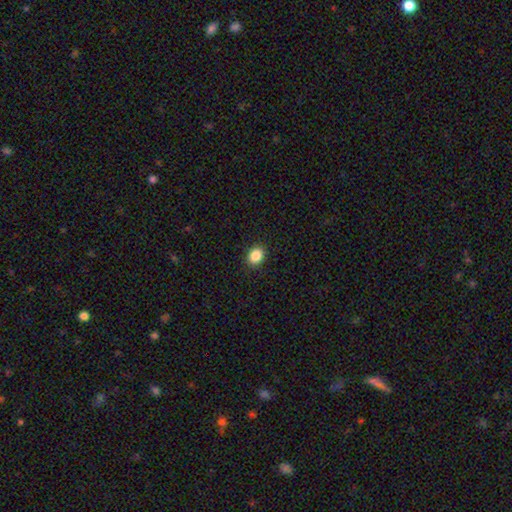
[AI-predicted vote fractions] Q: Smooth or featured?
A: smooth (87%); runner-up: star or artifact (10%)
Q: How rounded?
A: round (50%); runner-up: in between (49%)
Q: Merging?
A: none (90%); runner-up: minor disturbance (7%)